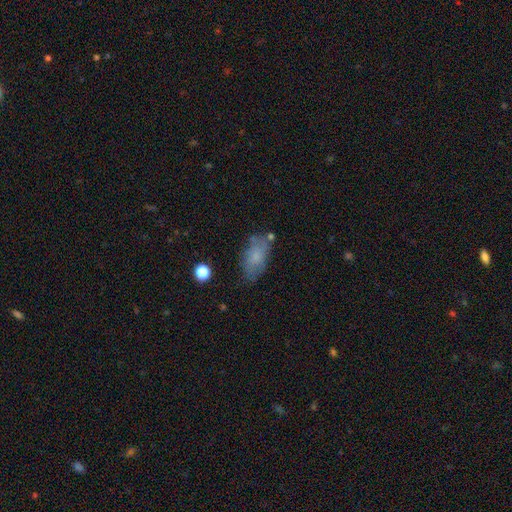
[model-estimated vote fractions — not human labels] smooth-or-featured: smooth: 69% | featured or disk: 21% | star or artifact: 9%
  how-rounded: in between: 89% | cigar-shaped: 6% | round: 4%
  merging: none: 63% | minor disturbance: 23% | major disturbance: 9% | merger: 5%